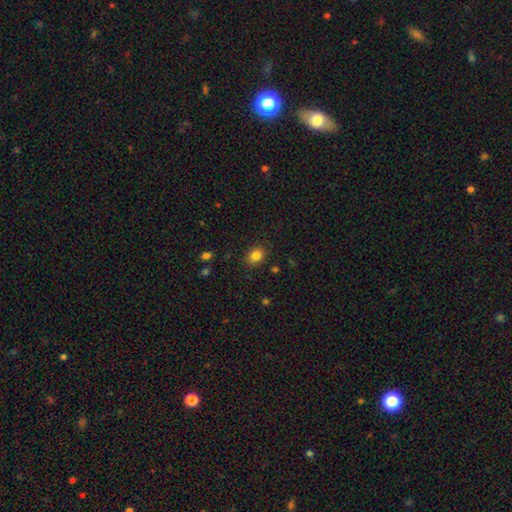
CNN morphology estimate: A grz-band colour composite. It shows a smooth galaxy with no disk features (83%) that is round (52%). Merging: none (87%).